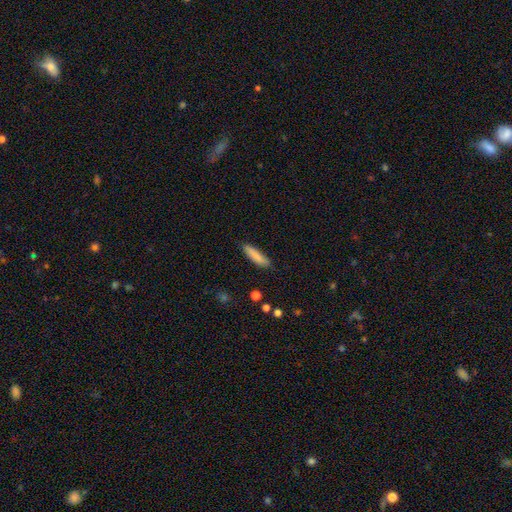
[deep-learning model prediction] This appears to be a smooth galaxy with no disk features (86%) that is cigar-shaped (75%). Merging: none (85%).